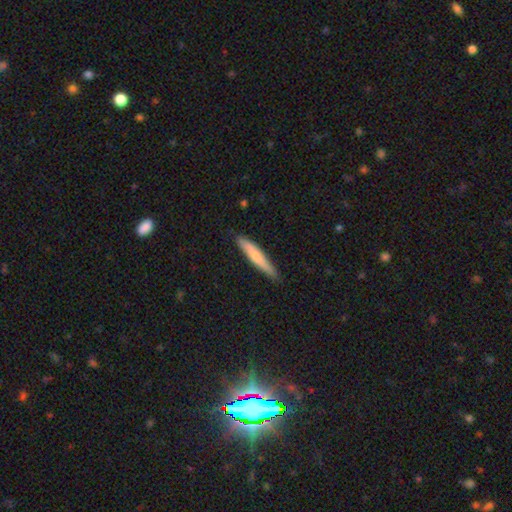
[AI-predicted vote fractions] Smooth or featured? Predicted: smooth (p=0.66). How rounded? Predicted: cigar-shaped (p=0.92). Merging? Predicted: none (p=0.85).